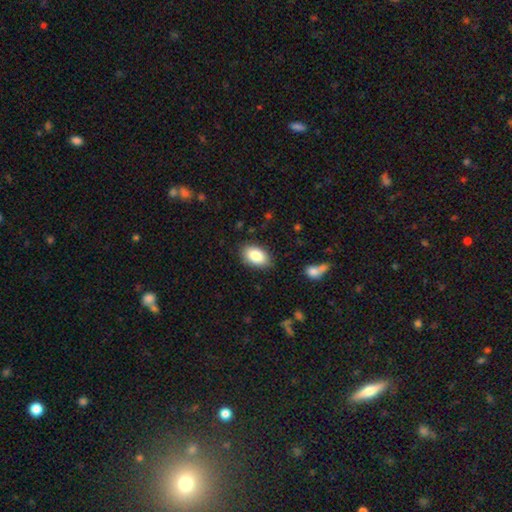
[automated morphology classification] smooth_or_featured: smooth (p=0.85) [alt: featured or disk p=0.08]
how_rounded: in between (p=0.92) [alt: round p=0.06]
merging: none (p=0.86) [alt: minor disturbance p=0.10]